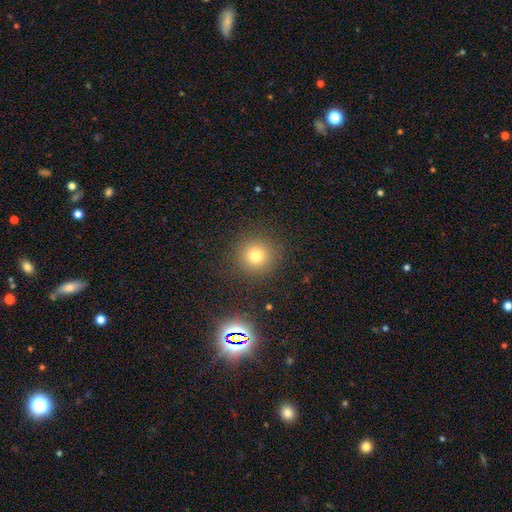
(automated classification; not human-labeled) This is likely a smooth galaxy (74%). How rounded: clearly round (94%). Merging: clearly none (89%).